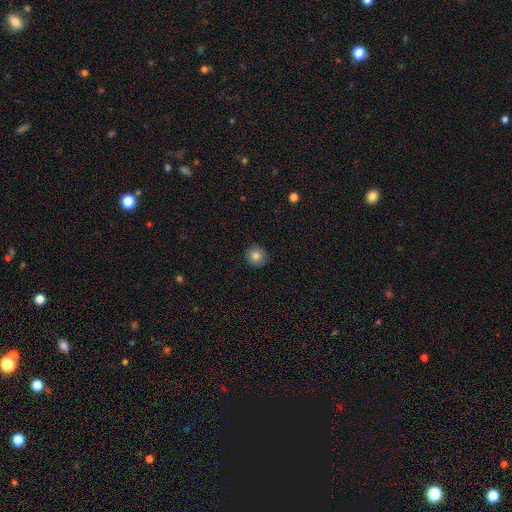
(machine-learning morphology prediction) A smooth galaxy with no disk features (83%) that is round (90%). Merging: none (88%).